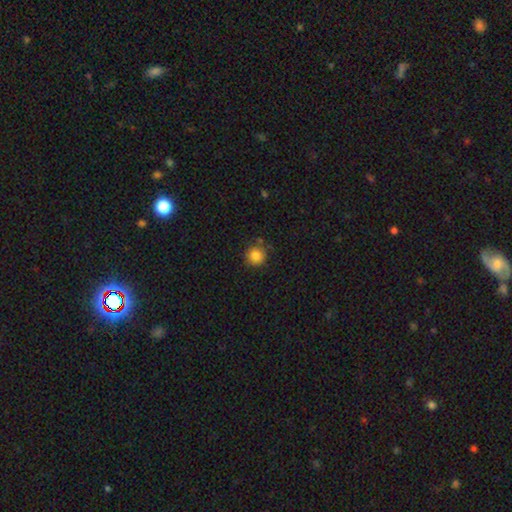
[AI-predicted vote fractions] Smooth or featured? smooth (85%)
How rounded? round (93%)
Merging? none (83%)